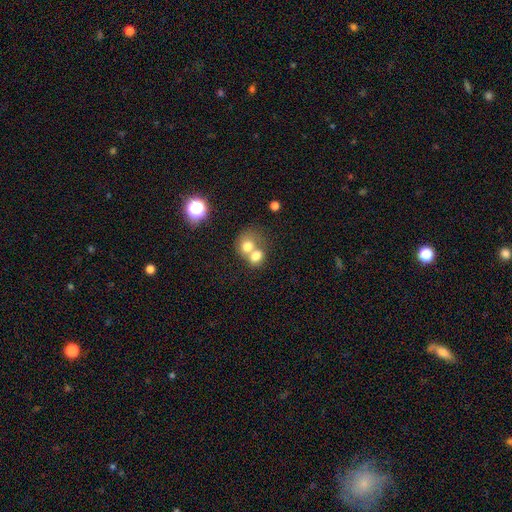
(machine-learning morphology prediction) smooth_or_featured: smooth (p=0.72) [alt: featured or disk p=0.17]
how_rounded: round (p=0.58) [alt: in between p=0.41]
merging: merger (p=0.66) [alt: none p=0.23]